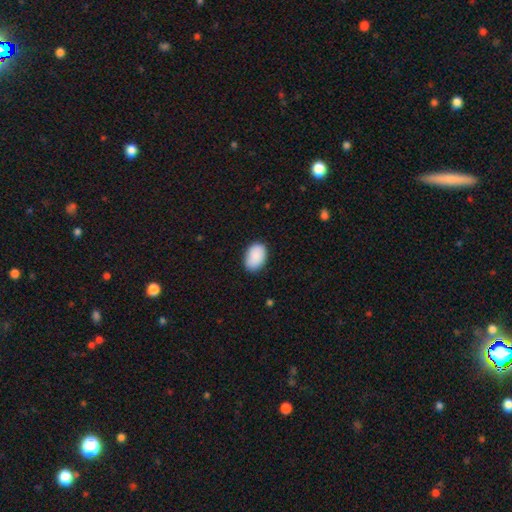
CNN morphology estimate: This is clearly a smooth galaxy (90%). How rounded: clearly in between (87%). Merging: clearly none (85%).